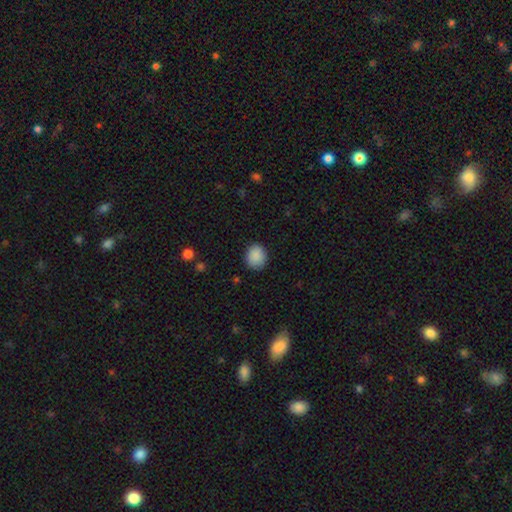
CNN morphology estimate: A smooth galaxy with no disk features (89%) that is round (72%). Merging: none (86%).